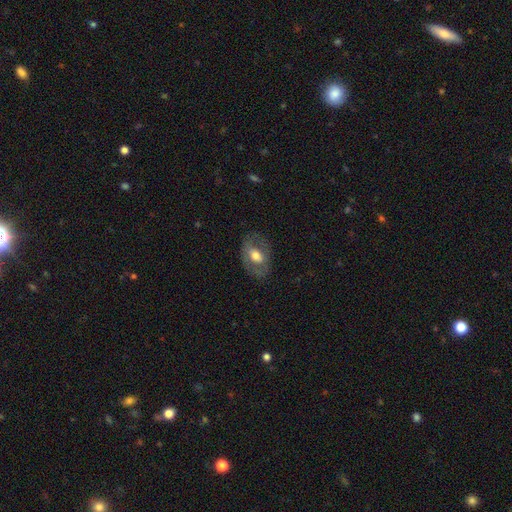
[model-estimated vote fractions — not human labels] smooth 48%, featured or disk 44%, star or artifact 7%. Down the decision tree: merging — none (74%).